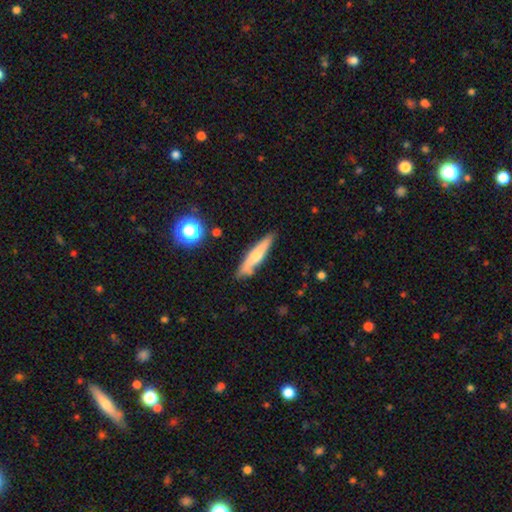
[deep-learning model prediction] Q: Smooth or featured?
A: smooth (57%); runner-up: featured or disk (36%)
Q: How rounded?
A: cigar-shaped (87%); runner-up: in between (11%)
Q: Merging?
A: none (79%); runner-up: minor disturbance (15%)